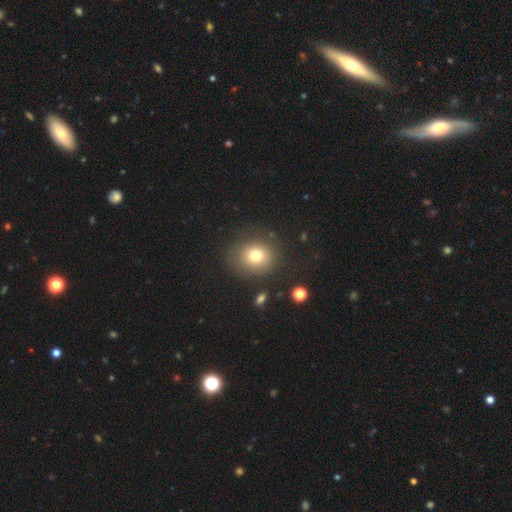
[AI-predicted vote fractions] smooth-or-featured: smooth: 76% | star or artifact: 13% | featured or disk: 11%
  how-rounded: round: 76% | in between: 23% | cigar-shaped: 1%
  merging: none: 83% | minor disturbance: 10% | major disturbance: 5% | merger: 2%